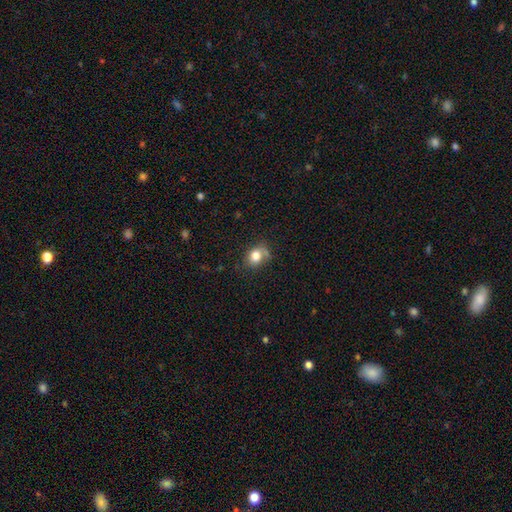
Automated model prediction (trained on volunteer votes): This appears to be a smooth galaxy with no disk features (80%) that is in between round and cigar-shaped (52%). Merging: none (61%).